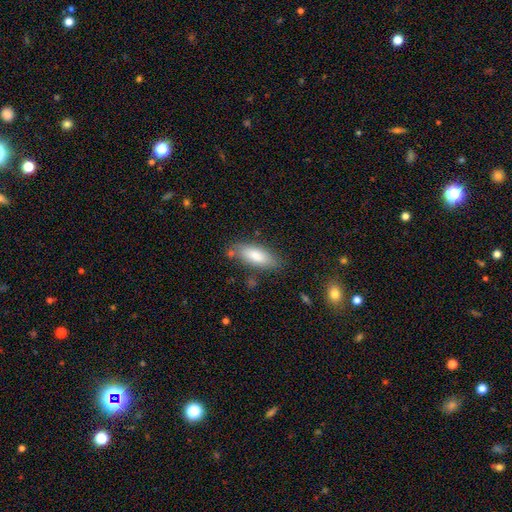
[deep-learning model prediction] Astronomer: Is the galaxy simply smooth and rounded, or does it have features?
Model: smooth — 81%.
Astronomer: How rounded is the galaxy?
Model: in between — 71%.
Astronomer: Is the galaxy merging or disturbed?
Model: none — 75%.